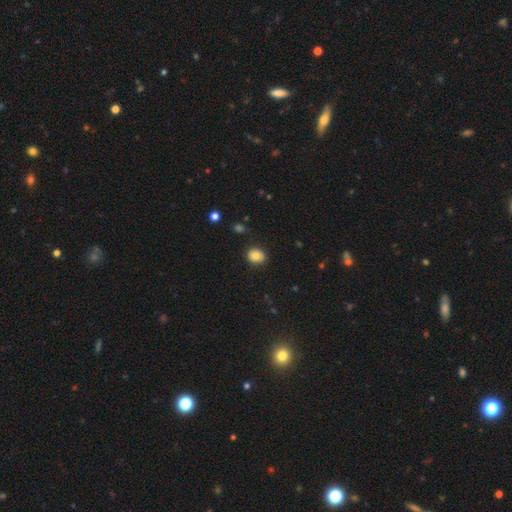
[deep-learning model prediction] This is clearly a smooth galaxy (80%). How rounded: likely round (66%). Merging: clearly none (87%).